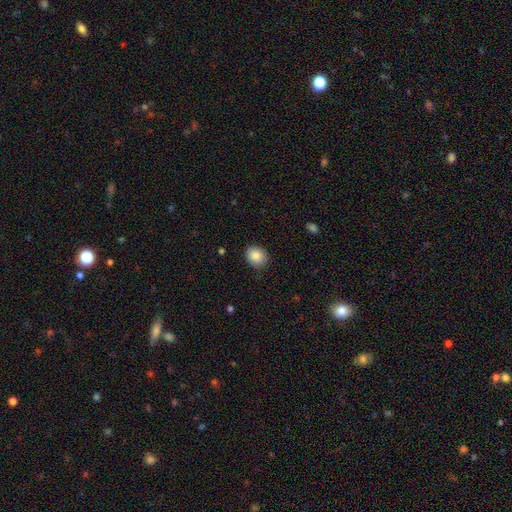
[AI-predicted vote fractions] smooth-or-featured: smooth: 86% | star or artifact: 8% | featured or disk: 6%
  how-rounded: round: 64% | in between: 35% | cigar-shaped: 1%
  merging: none: 86% | minor disturbance: 11% | major disturbance: 2% | merger: 1%